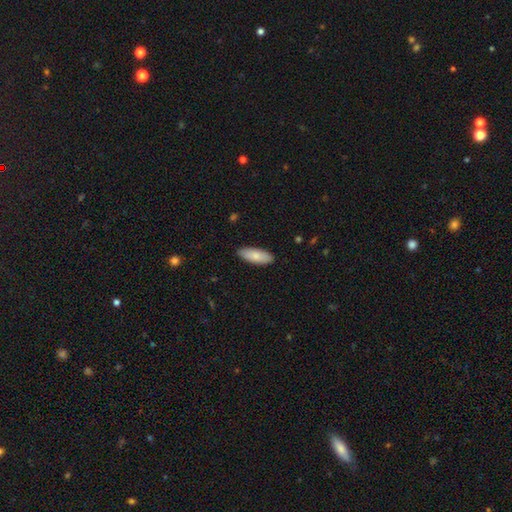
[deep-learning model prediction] This appears to be a smooth galaxy with no disk features (81%) that is in between round and cigar-shaped (75%). Merging: none (88%).